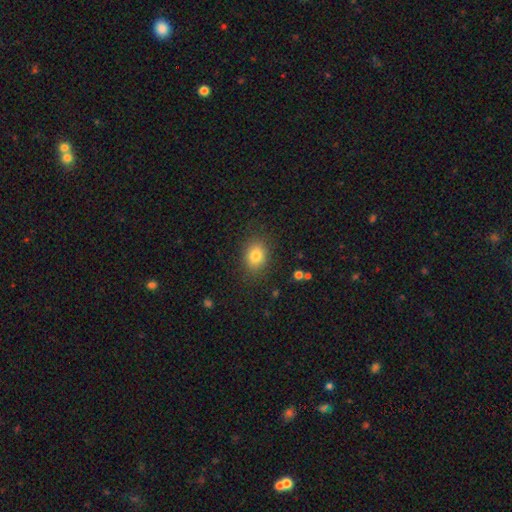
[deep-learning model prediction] Smooth or featured?
  - smooth: 82% *
  - star or artifact: 11%
  - featured or disk: 8%
How rounded?
  - in between: 51% *
  - round: 48%
  - cigar-shaped: 1%
Merging?
  - none: 84% *
  - minor disturbance: 11%
  - major disturbance: 4%
  - merger: 1%